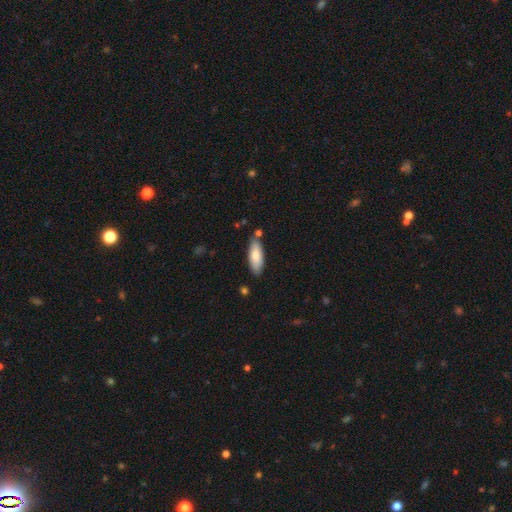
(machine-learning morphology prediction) smooth 78%, featured or disk 16%, star or artifact 6%. Down the decision tree: how rounded — in between (69%); merging — none (79%).